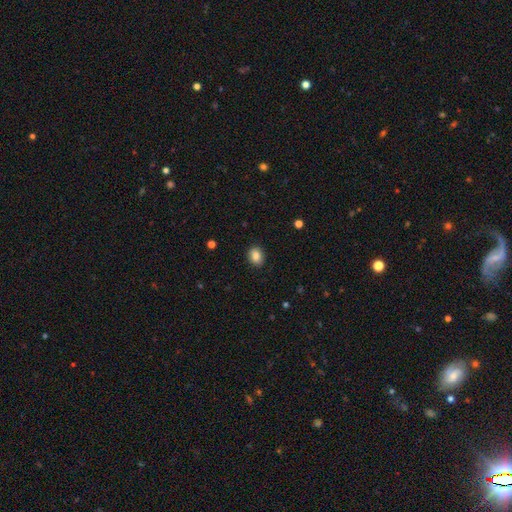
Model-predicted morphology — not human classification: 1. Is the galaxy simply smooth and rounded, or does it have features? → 86% smooth, 9% star or artifact, 5% featured or disk.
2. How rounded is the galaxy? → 54% in between, 45% round, 1% cigar-shaped.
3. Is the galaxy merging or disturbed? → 89% none, 8% minor disturbance, 2% major disturbance, 1% merger.